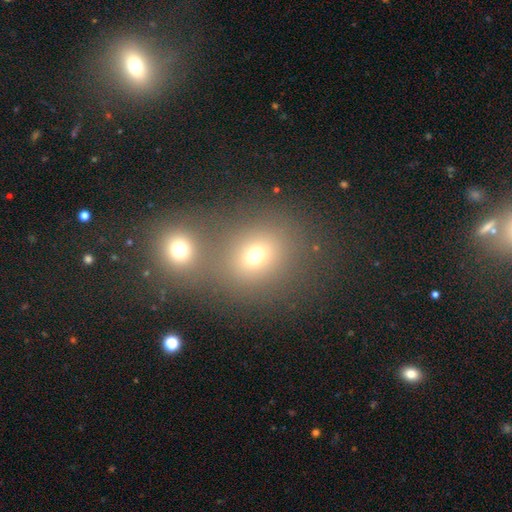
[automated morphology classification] This is likely a smooth galaxy (70%). How rounded: likely round (73%). Merging: marginally none (45%).